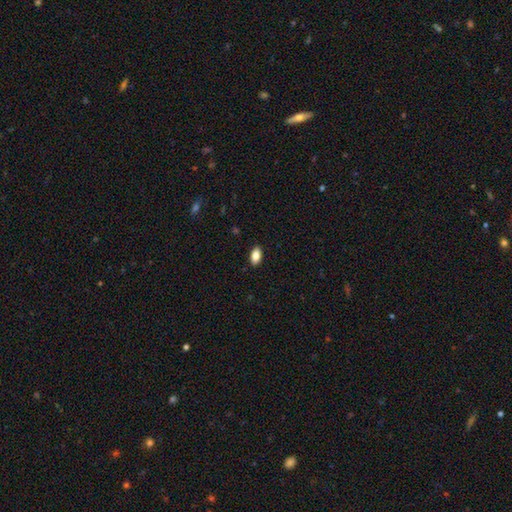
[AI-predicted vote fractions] smooth_or_featured: smooth (p=0.84) [alt: featured or disk p=0.08]
how_rounded: in between (p=0.91) [alt: round p=0.05]
merging: none (p=0.89) [alt: minor disturbance p=0.08]